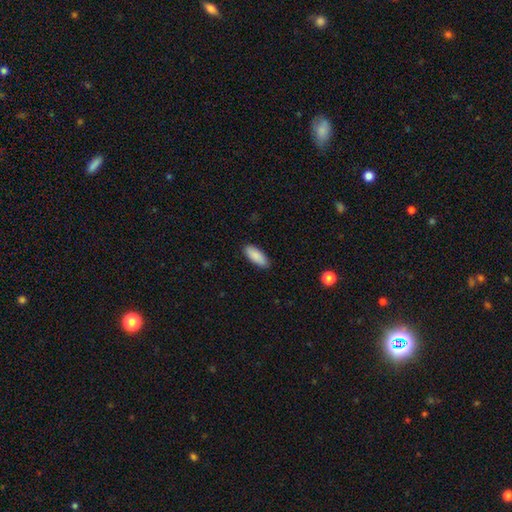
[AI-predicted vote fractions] Smooth or featured? Predicted: smooth (p=0.90). How rounded? Predicted: in between (p=0.77). Merging? Predicted: none (p=0.89).